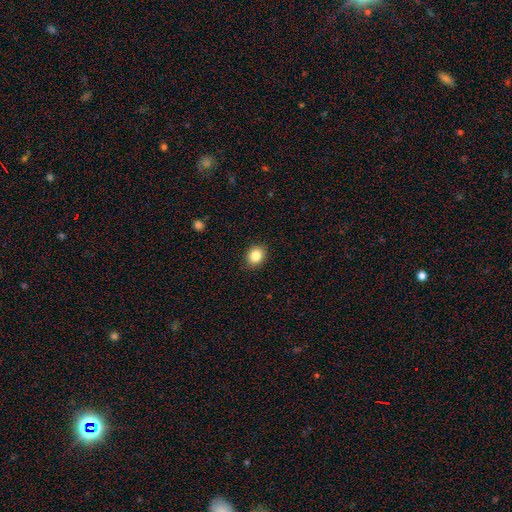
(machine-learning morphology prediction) Smooth or featured?
  - smooth: 85% *
  - star or artifact: 10%
  - featured or disk: 6%
How rounded?
  - round: 58% *
  - in between: 41%
  - cigar-shaped: 1%
Merging?
  - none: 89% *
  - minor disturbance: 8%
  - major disturbance: 2%
  - merger: 1%